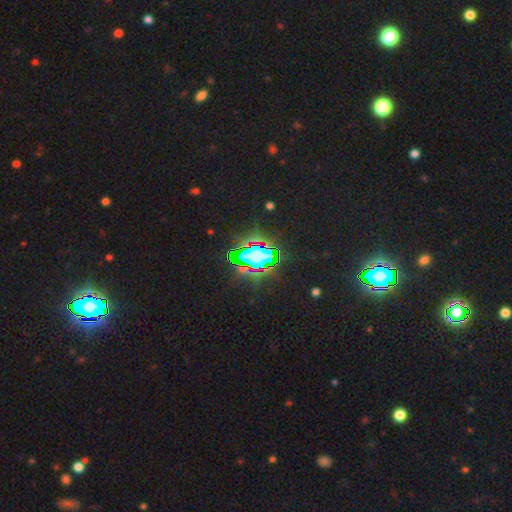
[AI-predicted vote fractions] A star or artifact, not a galaxy (69%).

Vote fractions:
- Smooth or featured? star or artifact: 69% / smooth: 18% / featured or disk: 14%